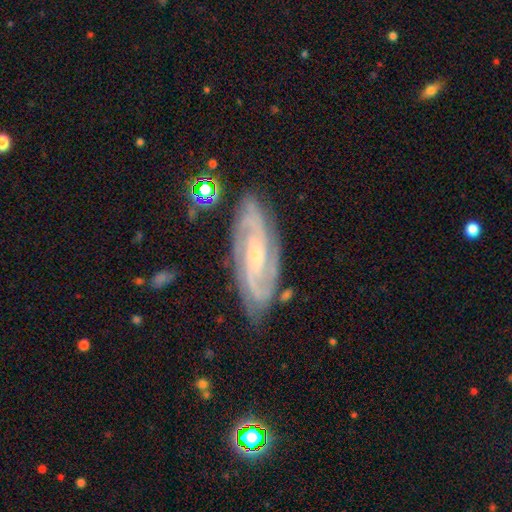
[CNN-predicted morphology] featured or disk 89%, star or artifact 6%, smooth 5%. Down the decision tree: edge-on disk — no (93%); bar — no (46%); spiral arms — yes (98%); spiral arm count — 2 (52%); spiral winding — tight (61%); bulge size — small (65%); merging — none (80%).